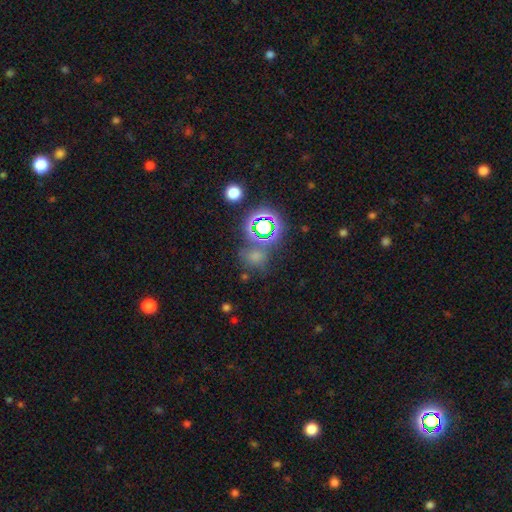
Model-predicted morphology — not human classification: This appears to be a smooth galaxy with no disk features (51%) that is round (73%). Merging: none (65%).